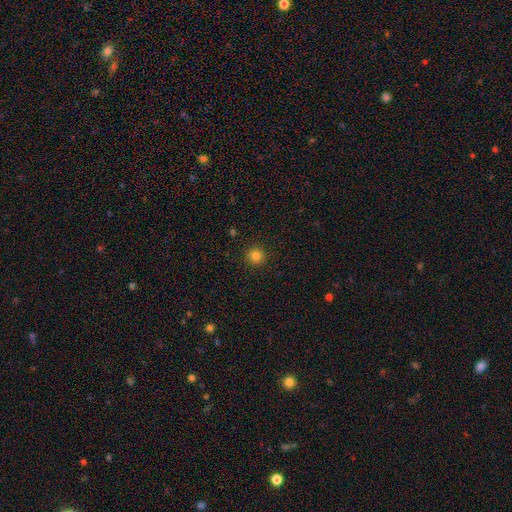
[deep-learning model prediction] This appears to be a smooth galaxy with no disk features (83%) that is round (95%). Merging: none (92%).